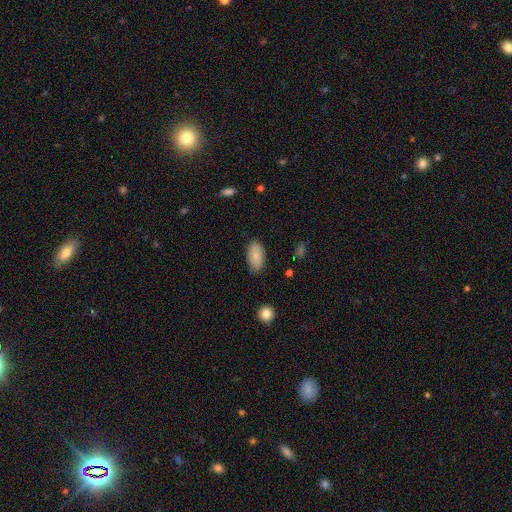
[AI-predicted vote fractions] A smooth galaxy with no disk features (85%) that is in between round and cigar-shaped (94%).

Vote fractions:
- Smooth or featured? smooth: 85% / featured or disk: 8% / star or artifact: 7%
- How rounded? in between: 94% / cigar-shaped: 3% / round: 3%
- Merging? none: 82% / minor disturbance: 14% / major disturbance: 3% / merger: 1%